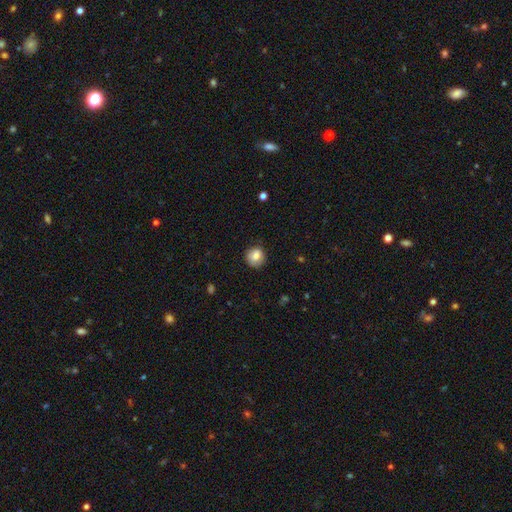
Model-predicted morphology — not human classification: Q: Smooth or featured?
A: smooth (82%); runner-up: featured or disk (9%)
Q: How rounded?
A: round (87%); runner-up: in between (12%)
Q: Merging?
A: none (82%); runner-up: minor disturbance (14%)